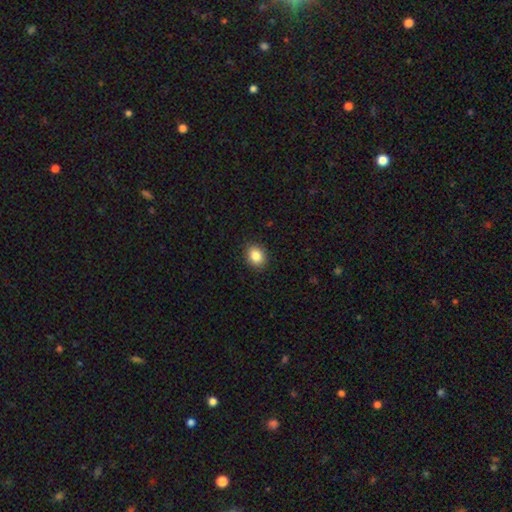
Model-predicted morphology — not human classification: Smooth or featured? smooth (85%)
How rounded? round (53%)
Merging? none (90%)